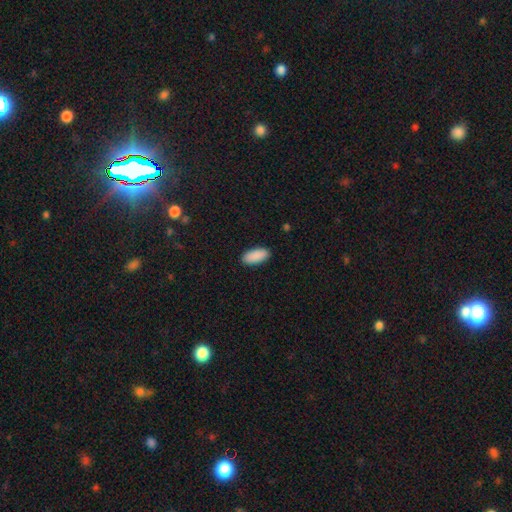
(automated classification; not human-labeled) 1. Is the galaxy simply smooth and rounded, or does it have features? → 91% smooth, 6% star or artifact, 3% featured or disk.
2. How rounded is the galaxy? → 90% in between, 9% cigar-shaped, 2% round.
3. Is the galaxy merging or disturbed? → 91% none, 7% minor disturbance, 2% major disturbance, 1% merger.